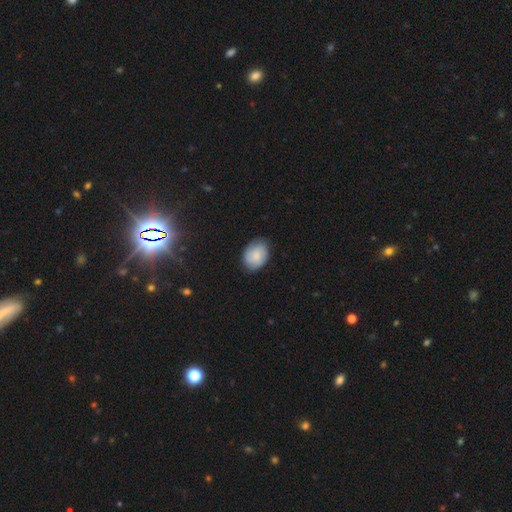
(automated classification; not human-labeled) A smooth galaxy with no disk features (75%) that is in between round and cigar-shaped (68%). Merging: none (80%).